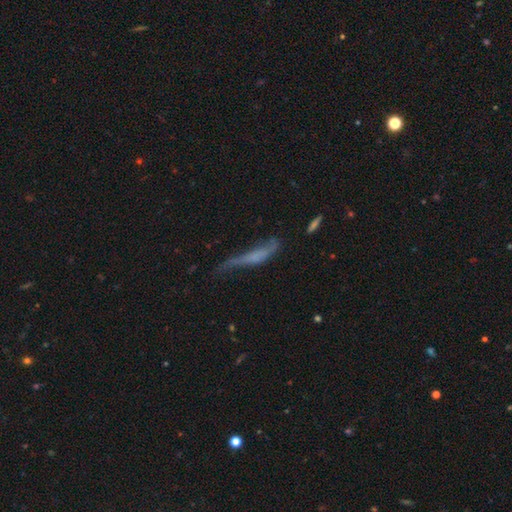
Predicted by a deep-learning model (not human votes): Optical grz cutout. It shows a smooth galaxy with no disk features (45%). Merging: none (33%).